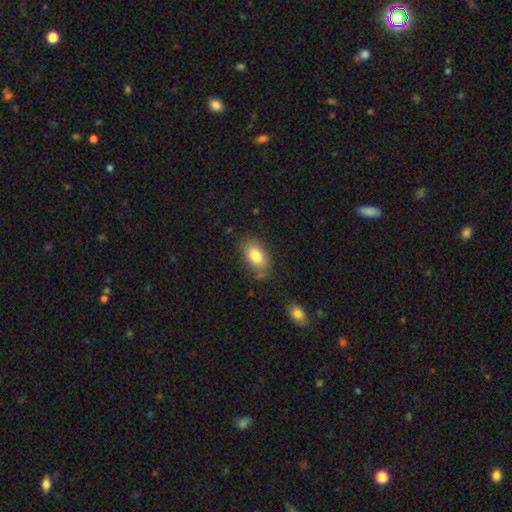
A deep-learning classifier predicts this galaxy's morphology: smooth-or-featured: smooth: 81% | featured or disk: 12% | star or artifact: 7%
  how-rounded: in between: 90% | round: 8% | cigar-shaped: 2%
  merging: none: 74% | minor disturbance: 19% | major disturbance: 5% | merger: 3%